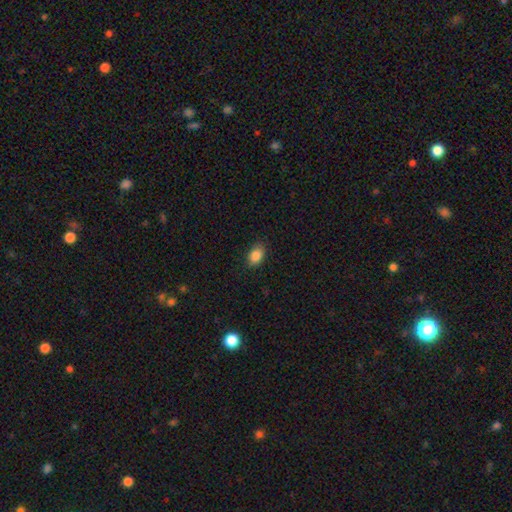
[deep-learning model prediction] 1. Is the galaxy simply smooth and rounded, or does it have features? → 87% smooth, 8% star or artifact, 5% featured or disk.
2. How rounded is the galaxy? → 87% in between, 12% round, 2% cigar-shaped.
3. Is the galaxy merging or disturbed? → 85% none, 12% minor disturbance, 2% major disturbance, 1% merger.